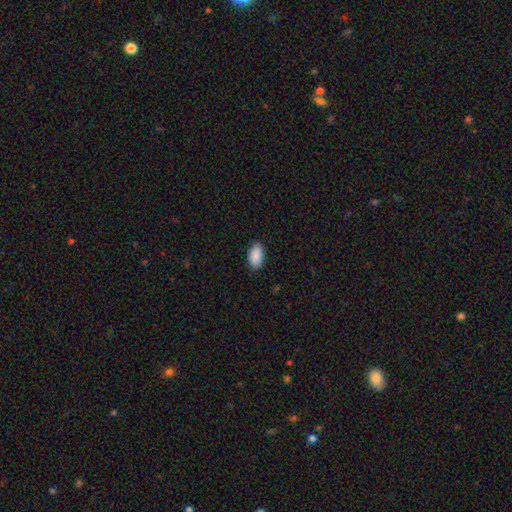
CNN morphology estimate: Q: Smooth or featured?
A: smooth (91%); runner-up: star or artifact (6%)
Q: How rounded?
A: in between (95%); runner-up: round (4%)
Q: Merging?
A: none (88%); runner-up: minor disturbance (9%)